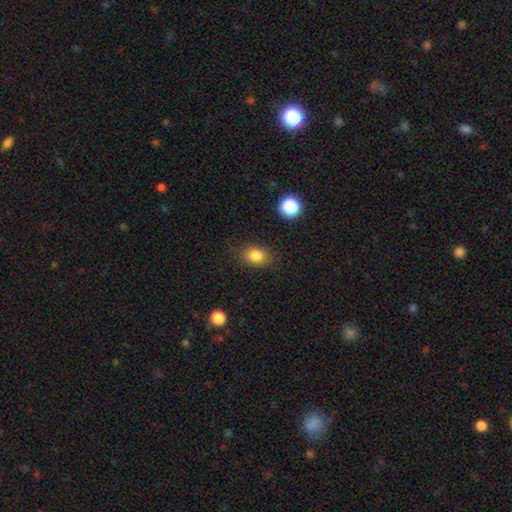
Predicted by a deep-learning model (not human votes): This is clearly a smooth galaxy (84%). How rounded: likely in between (62%). Merging: clearly none (80%).